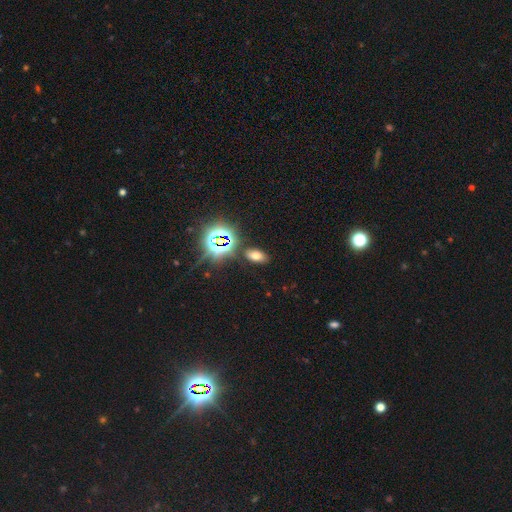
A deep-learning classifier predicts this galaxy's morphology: type=smooth (58%); roundness=in between (89%); merging=none (86%).